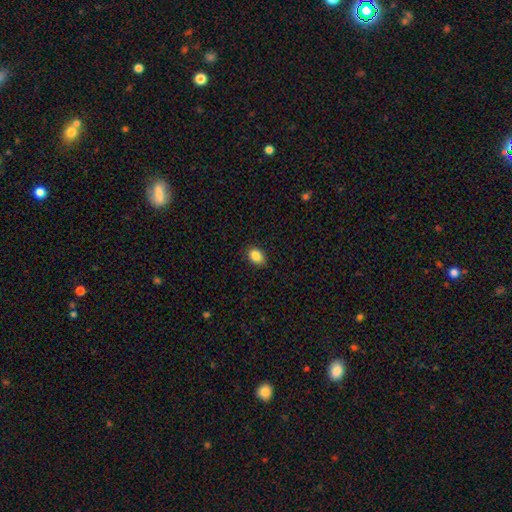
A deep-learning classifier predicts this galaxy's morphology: This is clearly a smooth galaxy (87%). How rounded: likely in between (74%). Merging: clearly none (86%).